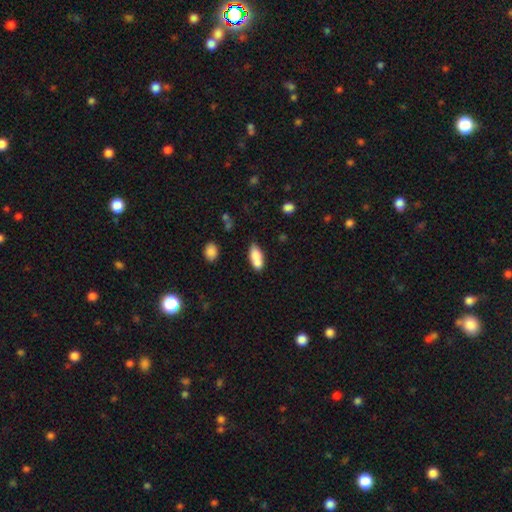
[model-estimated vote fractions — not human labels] Smooth or featured? smooth (78%)
How rounded? in between (81%)
Merging? none (46%)